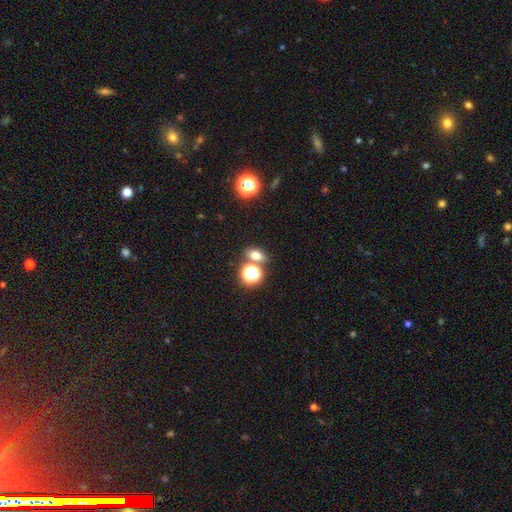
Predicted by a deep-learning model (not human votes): Smooth or featured: smooth — 70% (star or artifact — 20%)
How rounded: in between — 62% (round — 36%)
Merging: none — 69% (merger — 18%)